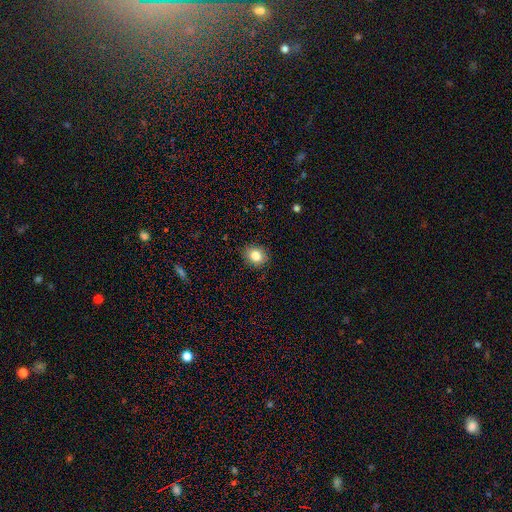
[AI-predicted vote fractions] Smooth or featured?
  - smooth: 83% *
  - star or artifact: 10%
  - featured or disk: 7%
How rounded?
  - round: 66% *
  - in between: 33%
  - cigar-shaped: 1%
Merging?
  - none: 88% *
  - minor disturbance: 9%
  - major disturbance: 2%
  - merger: 1%